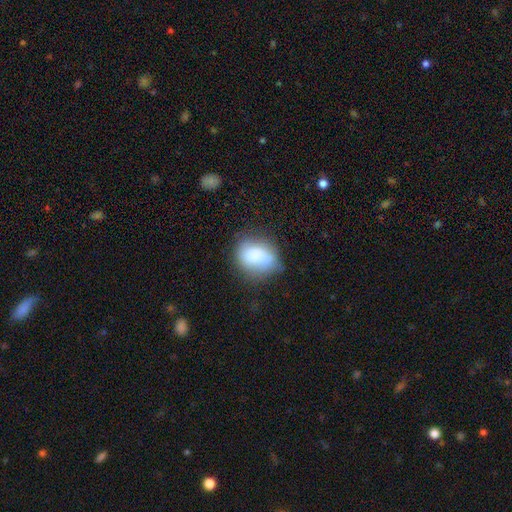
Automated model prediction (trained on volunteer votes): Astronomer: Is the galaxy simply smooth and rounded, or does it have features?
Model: smooth — 73%.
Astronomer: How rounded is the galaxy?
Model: in between — 50% (runner-up: round, 49%).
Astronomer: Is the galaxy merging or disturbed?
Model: none — 51% (runner-up: minor disturbance, 31%).